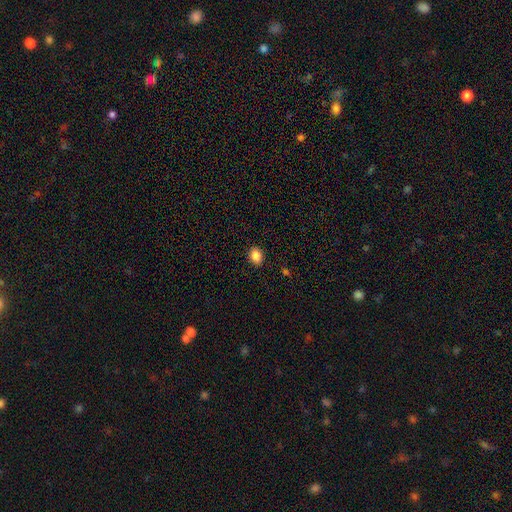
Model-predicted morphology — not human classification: smooth-or-featured: smooth: 86% | star or artifact: 9% | featured or disk: 4%
  how-rounded: in between: 58% | round: 41% | cigar-shaped: 1%
  merging: none: 89% | minor disturbance: 8% | major disturbance: 2% | merger: 1%